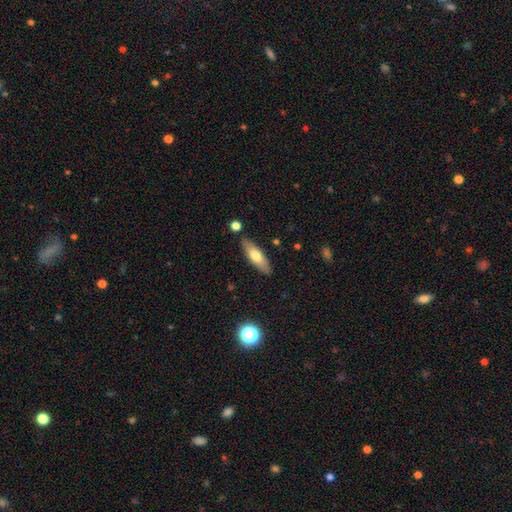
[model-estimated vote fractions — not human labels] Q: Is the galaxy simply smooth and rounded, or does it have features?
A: smooth — 66%.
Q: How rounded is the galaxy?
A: in between — 52%.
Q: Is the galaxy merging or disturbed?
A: none — 84%.